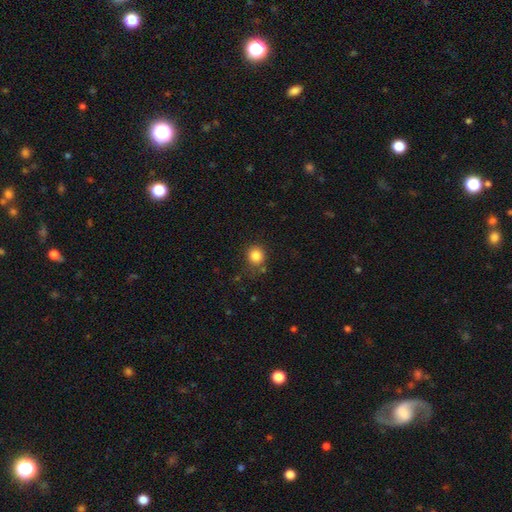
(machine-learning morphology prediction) This appears to be a smooth galaxy with no disk features (84%) that is round (87%). Merging: none (78%).